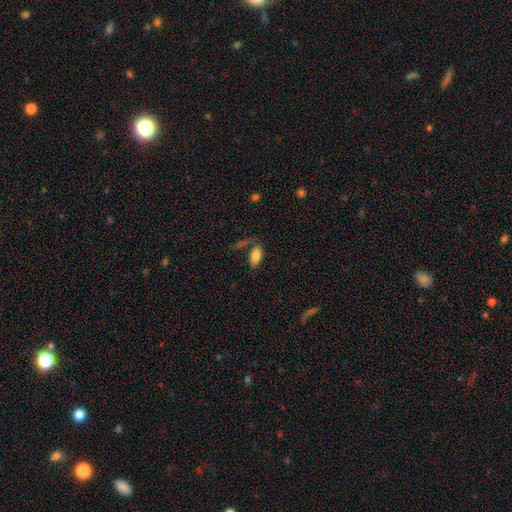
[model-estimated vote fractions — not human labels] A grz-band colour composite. It shows a smooth galaxy with no disk features (82%) that is in between round and cigar-shaped (90%). Merging: none (69%).